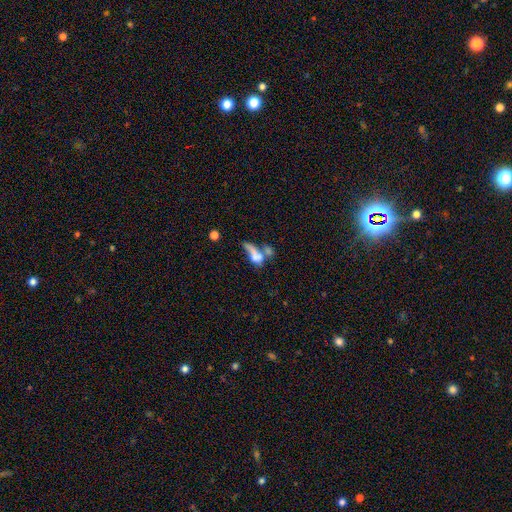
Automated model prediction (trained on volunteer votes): smooth 57%, featured or disk 32%, star or artifact 11%. Down the decision tree: how rounded — in between (61%); merging — merger (55%).